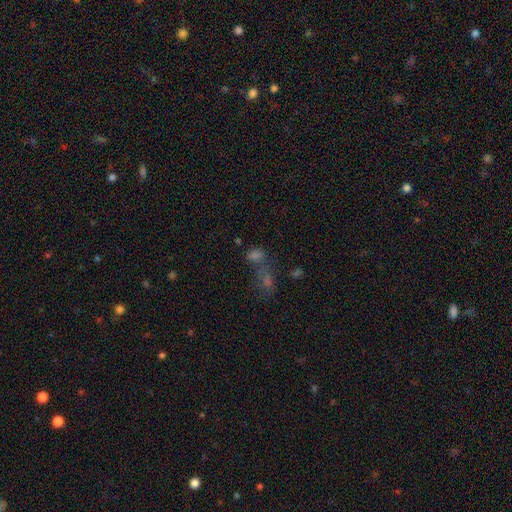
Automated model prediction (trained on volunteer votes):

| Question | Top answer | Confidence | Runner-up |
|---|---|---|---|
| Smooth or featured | smooth | 55% | star or artifact (32%) |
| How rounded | in between | 71% | round (25%) |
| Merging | merger | 43% | none (39%) |